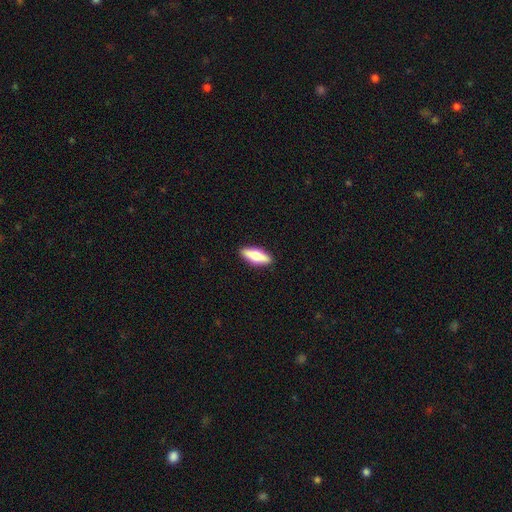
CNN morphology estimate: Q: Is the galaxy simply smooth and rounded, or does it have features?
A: smooth — 61%.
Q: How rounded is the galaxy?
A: in between — 57%.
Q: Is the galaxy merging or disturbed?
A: none — 91%.